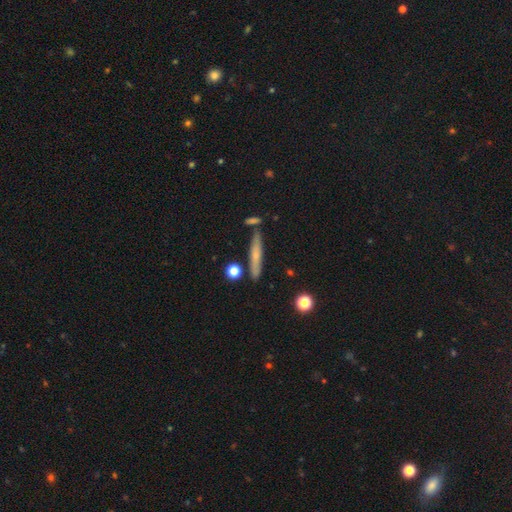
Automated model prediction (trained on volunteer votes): Q: Smooth or featured?
A: smooth (55%); runner-up: featured or disk (37%)
Q: How rounded?
A: cigar-shaped (91%); runner-up: in between (6%)
Q: Merging?
A: none (80%); runner-up: minor disturbance (11%)